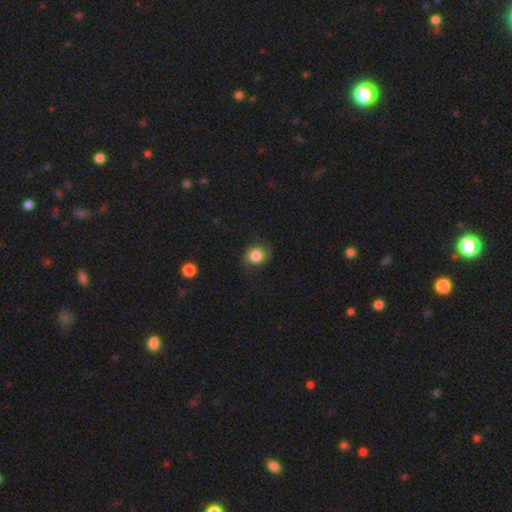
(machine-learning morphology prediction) Smooth or featured? smooth (74%)
How rounded? round (76%)
Merging? none (72%)